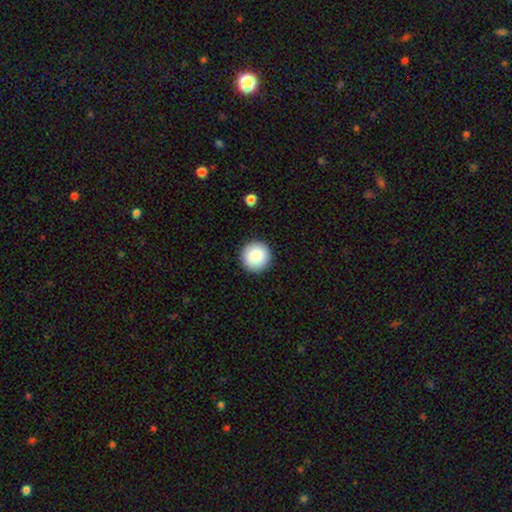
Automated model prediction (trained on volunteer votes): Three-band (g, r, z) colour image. It shows a smooth galaxy with no disk features (86%) that is round (96%). Merging: none (92%).